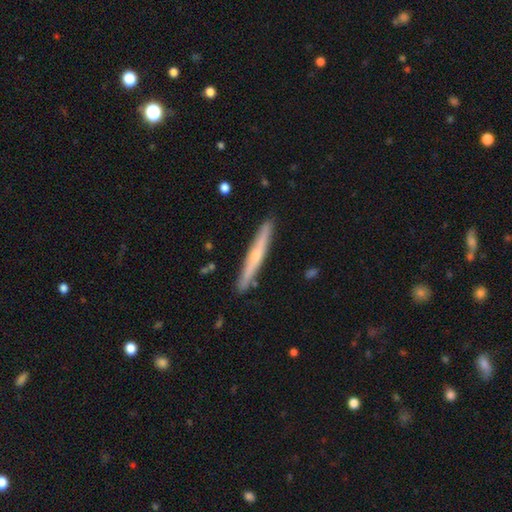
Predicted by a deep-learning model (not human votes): Morphology: type=featured or disk (62%); edge-on=yes (96%); edge-on bulge=rounded (74%); merging=none (90%).